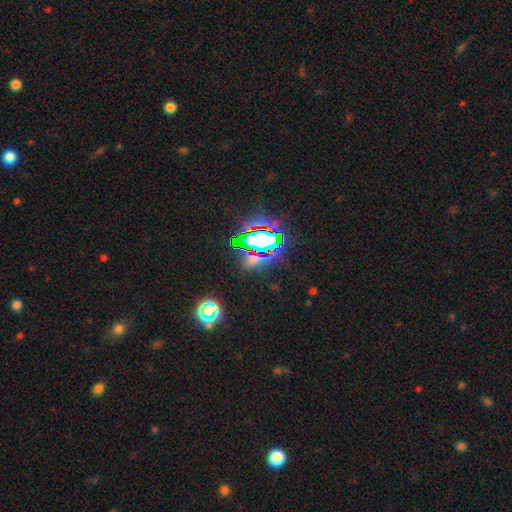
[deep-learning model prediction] Q: Smooth or featured?
A: star or artifact (67%); runner-up: smooth (21%)